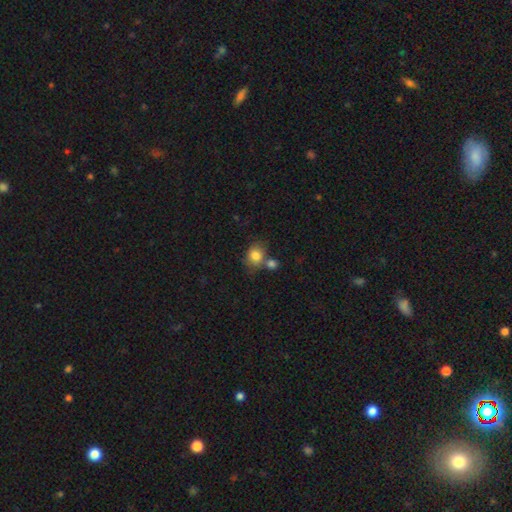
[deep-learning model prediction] A smooth galaxy with no disk features (82%) that is round (63%). Merging: none (53%).